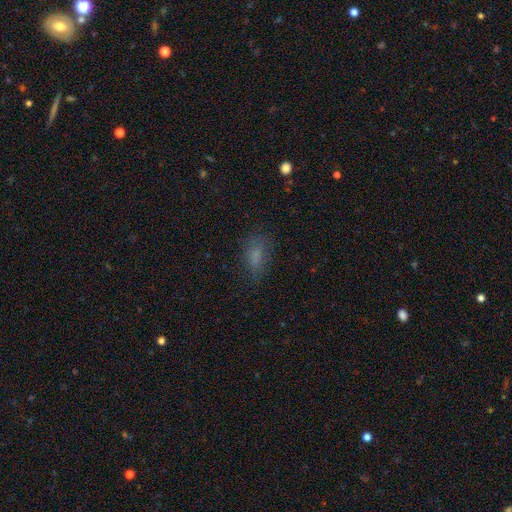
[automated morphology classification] Overall: smooth (73%). How rounded: in between (81%). Merging: none (66%).